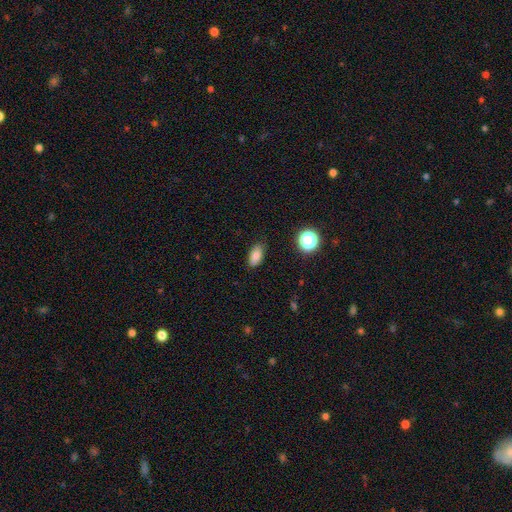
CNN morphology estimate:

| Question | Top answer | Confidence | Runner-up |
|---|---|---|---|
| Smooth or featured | smooth | 83% | star or artifact (11%) |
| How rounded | in between | 89% | round (7%) |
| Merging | none | 83% | minor disturbance (13%) |